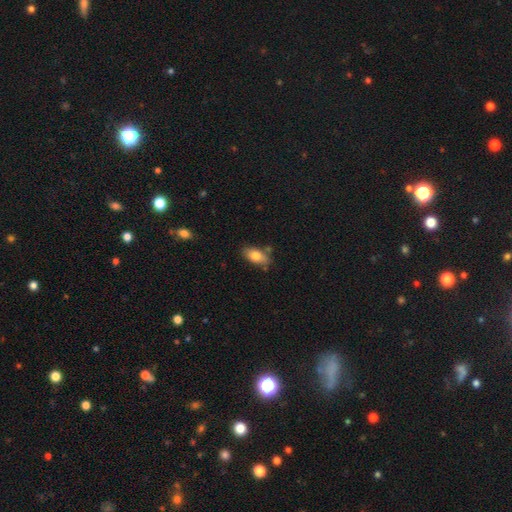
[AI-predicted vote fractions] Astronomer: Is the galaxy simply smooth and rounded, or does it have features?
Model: smooth — 82%.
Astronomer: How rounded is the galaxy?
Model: in between — 90%.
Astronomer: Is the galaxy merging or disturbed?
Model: none — 71%.